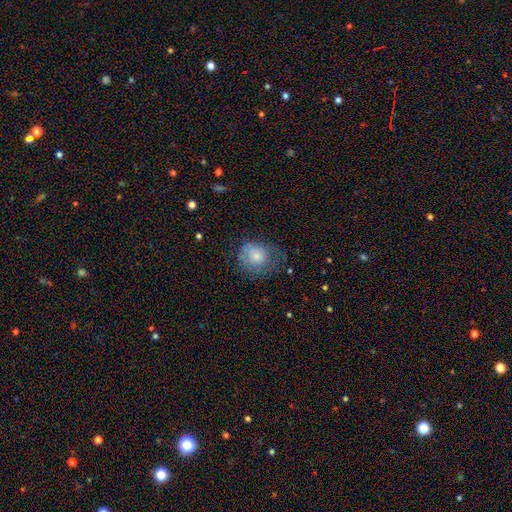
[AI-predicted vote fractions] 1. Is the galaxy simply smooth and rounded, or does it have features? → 71% smooth, 21% featured or disk, 8% star or artifact.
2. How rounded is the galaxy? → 68% round, 31% in between, 1% cigar-shaped.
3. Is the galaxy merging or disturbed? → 42% none, 30% minor disturbance, 26% major disturbance, 2% merger.